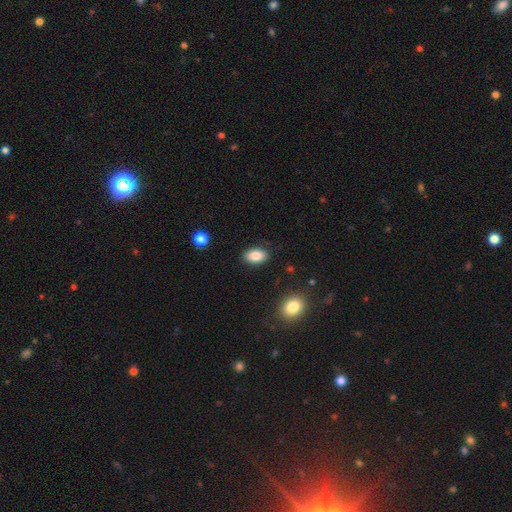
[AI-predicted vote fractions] smooth-or-featured: smooth: 86% | star or artifact: 8% | featured or disk: 6%
  how-rounded: in between: 92% | round: 6% | cigar-shaped: 2%
  merging: none: 87% | minor disturbance: 9% | major disturbance: 2% | merger: 1%